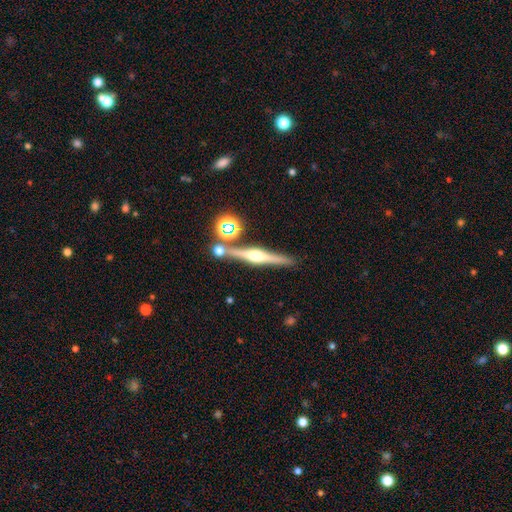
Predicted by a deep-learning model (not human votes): This appears to be a featured or disk galaxy (77%) viewed edge-on (97%) with a rounded central bulge (93%). Merging: none (82%).